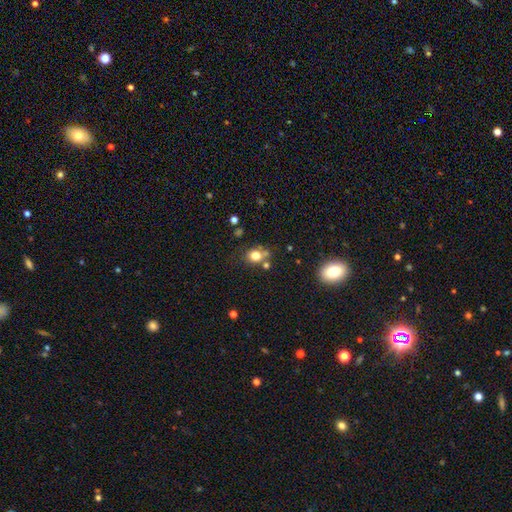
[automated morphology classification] This is likely a smooth galaxy (76%). How rounded: likely round (69%). Merging: possibly none (60%).